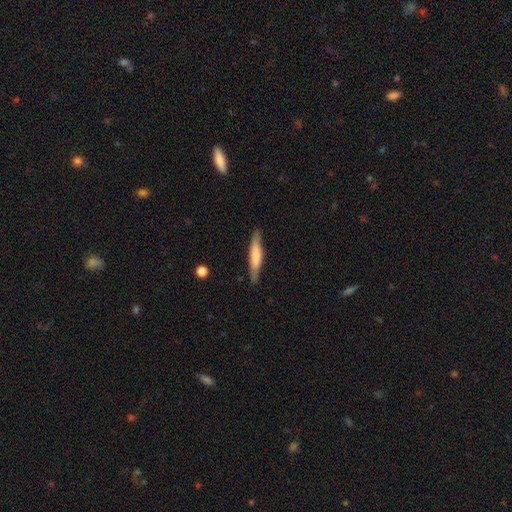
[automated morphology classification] Smooth or featured: smooth — 64% (featured or disk — 31%)
How rounded: cigar-shaped — 87% (in between — 12%)
Merging: none — 84% (minor disturbance — 13%)